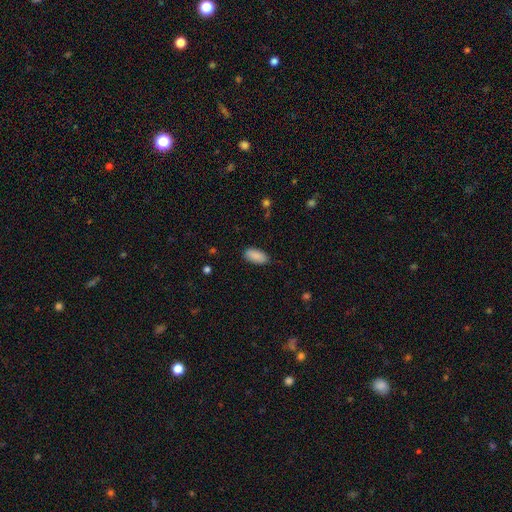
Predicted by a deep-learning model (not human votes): Q: Smooth or featured?
A: smooth (90%); runner-up: star or artifact (7%)
Q: How rounded?
A: in between (93%); runner-up: cigar-shaped (5%)
Q: Merging?
A: none (84%); runner-up: minor disturbance (12%)